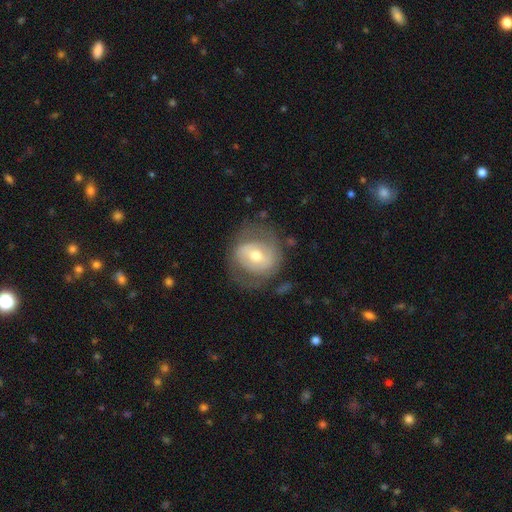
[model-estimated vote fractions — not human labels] This is possibly a featured or disk galaxy (59%). It is clearly not viewed edge-on (96%). Bar: marginally weak (38%, tied with no). Spiral arm pattern: possibly no (52%). Central bulge: likely moderate (65%). Merging: likely none (64%).